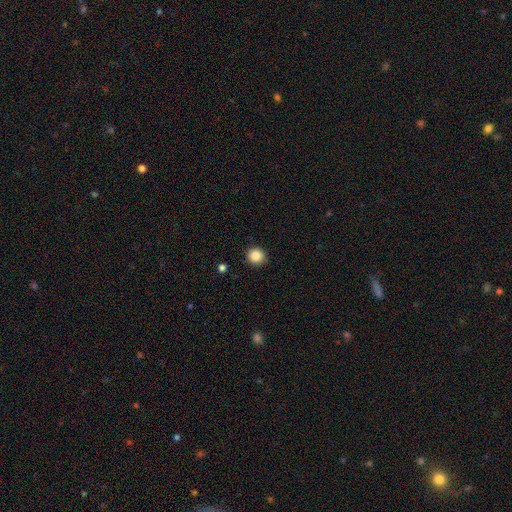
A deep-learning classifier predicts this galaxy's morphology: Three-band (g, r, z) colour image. It shows a smooth galaxy with no disk features (86%) that is round (92%). Merging: none (91%).